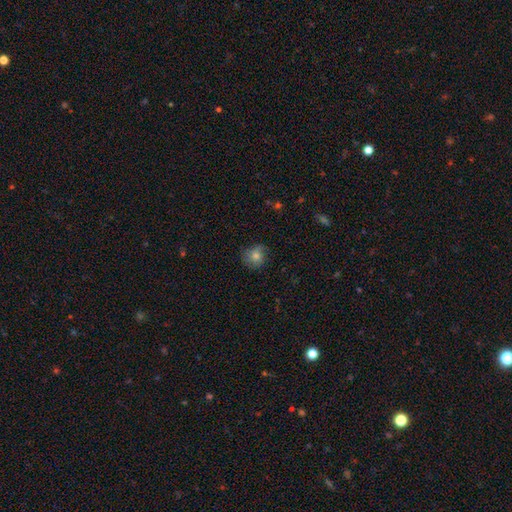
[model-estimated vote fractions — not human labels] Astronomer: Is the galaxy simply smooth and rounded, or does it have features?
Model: smooth — 67%.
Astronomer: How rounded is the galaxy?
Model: round — 80%.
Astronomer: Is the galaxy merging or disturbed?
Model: none — 69%.